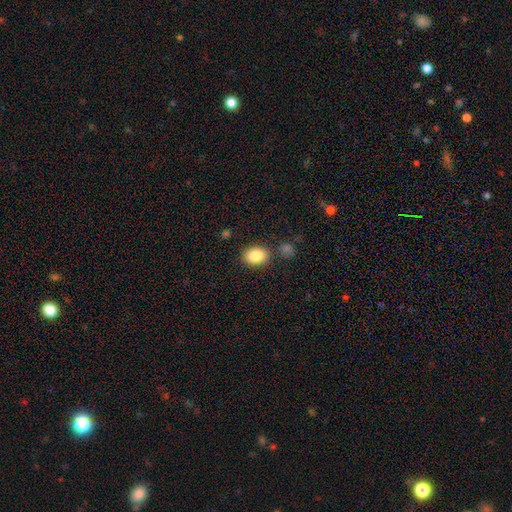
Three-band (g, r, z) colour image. It shows a smooth galaxy with no disk features (87%) that is in between round and cigar-shaped (88%). Merging: none (86%).